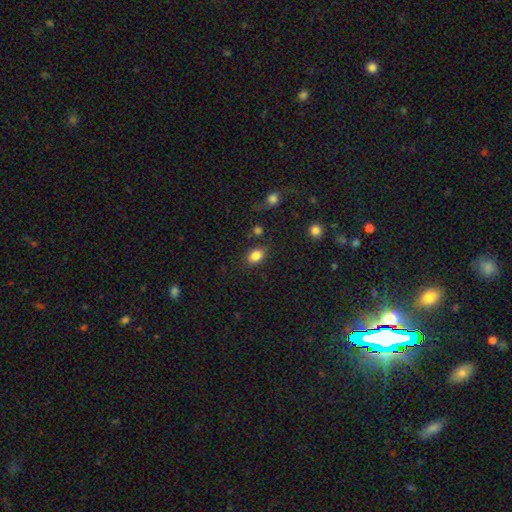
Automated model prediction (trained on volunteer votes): smooth 84%, star or artifact 10%, featured or disk 6%. Down the decision tree: how rounded — in between (73%); merging — none (79%).